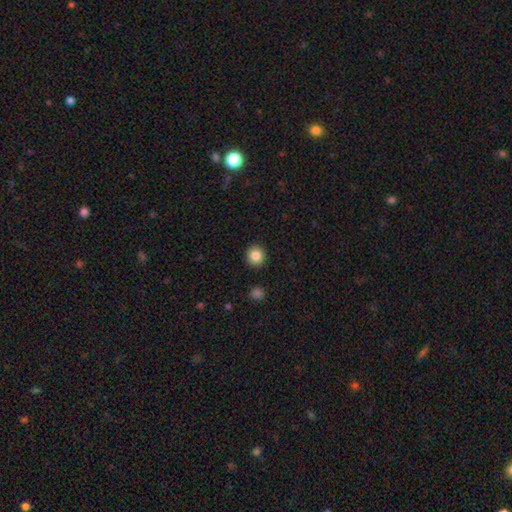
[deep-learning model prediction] Q: Smooth or featured?
A: smooth (85%); runner-up: star or artifact (10%)
Q: How rounded?
A: round (92%); runner-up: in between (7%)
Q: Merging?
A: none (92%); runner-up: minor disturbance (5%)